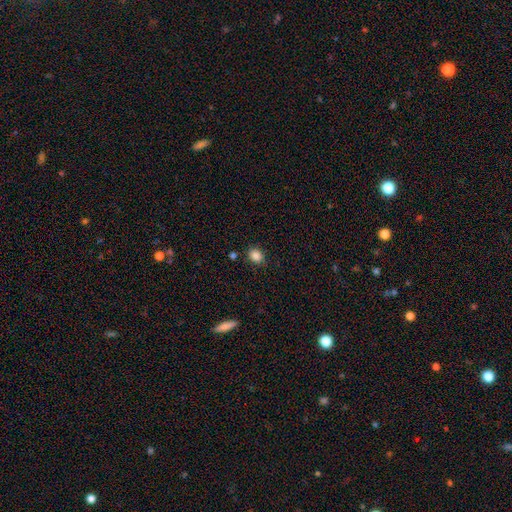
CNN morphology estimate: Smooth or featured? smooth (86%)
How rounded? round (60%)
Merging? none (83%)